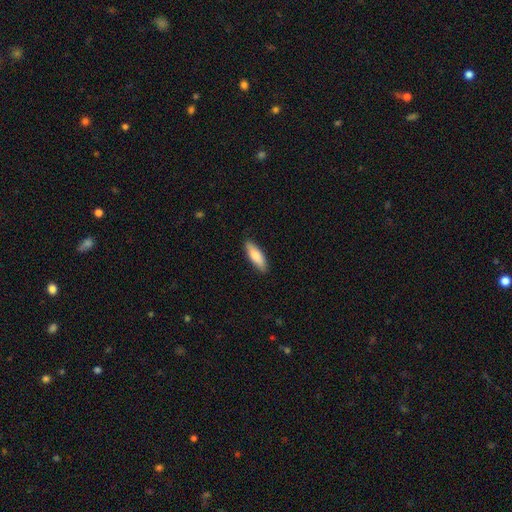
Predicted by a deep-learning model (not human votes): A smooth galaxy with no disk features (80%) that is in between round and cigar-shaped (51%).

Vote fractions:
- Smooth or featured? smooth: 80% / featured or disk: 15% / star or artifact: 5%
- How rounded? in between: 51% / cigar-shaped: 48% / round: 2%
- Merging? none: 87% / minor disturbance: 10% / major disturbance: 2% / merger: 1%